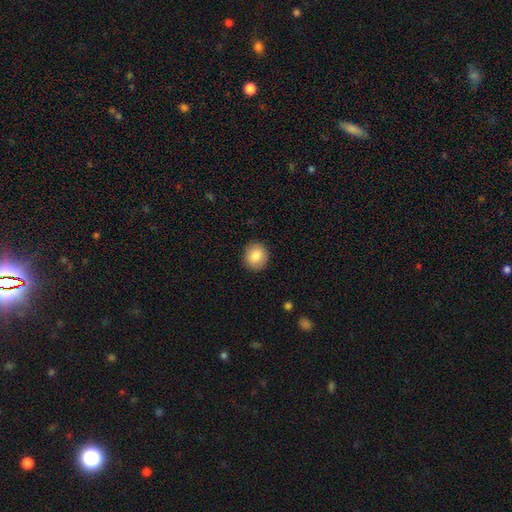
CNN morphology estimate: smooth_or_featured: smooth (p=0.84) [alt: featured or disk p=0.08]
how_rounded: round (p=0.83) [alt: in between p=0.16]
merging: none (p=0.90) [alt: minor disturbance p=0.07]